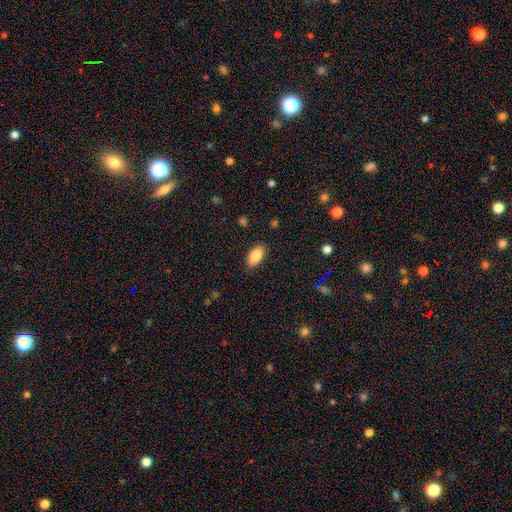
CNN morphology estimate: Smooth or featured?
  - smooth: 86% *
  - star or artifact: 7%
  - featured or disk: 7%
How rounded?
  - in between: 92% *
  - cigar-shaped: 5%
  - round: 3%
Merging?
  - none: 87% *
  - minor disturbance: 10%
  - major disturbance: 2%
  - merger: 1%